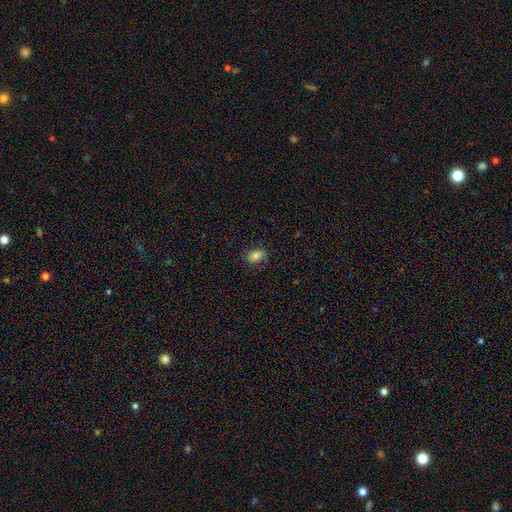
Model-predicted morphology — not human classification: A smooth galaxy with no disk features (82%) that is in between round and cigar-shaped (78%). Merging: none (84%).